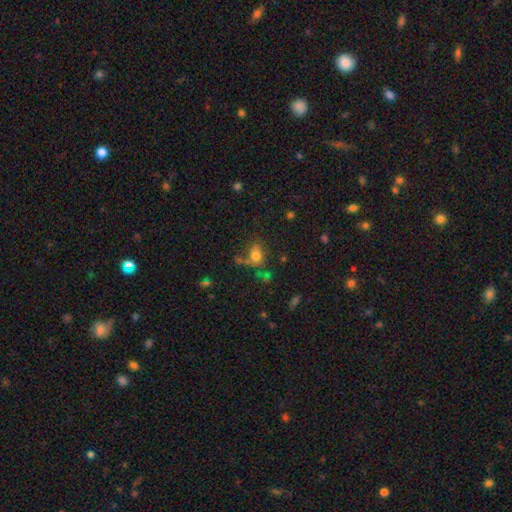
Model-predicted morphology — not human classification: smooth 73%, star or artifact 16%, featured or disk 11%. Down the decision tree: how rounded — in between (60%); merging — none (52%).